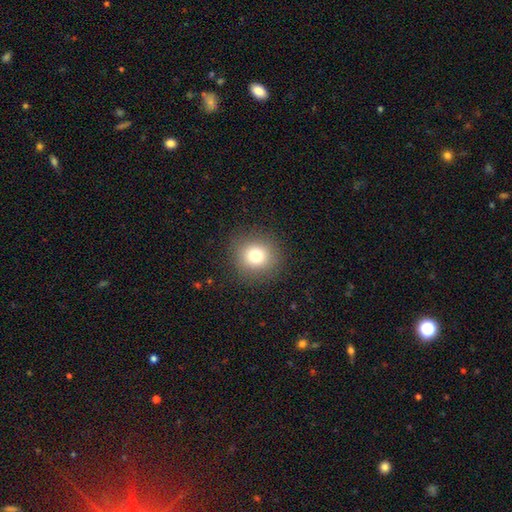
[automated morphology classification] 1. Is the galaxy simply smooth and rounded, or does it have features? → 77% smooth, 13% star or artifact, 10% featured or disk.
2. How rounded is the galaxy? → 91% round, 8% in between, 1% cigar-shaped.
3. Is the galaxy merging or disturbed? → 89% none, 7% minor disturbance, 3% major disturbance, 1% merger.